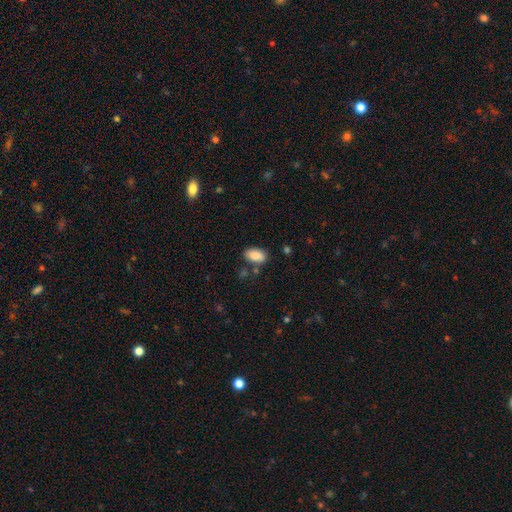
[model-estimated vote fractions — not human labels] A smooth galaxy with no disk features (86%) that is in between round and cigar-shaped (93%). Merging: none (77%).